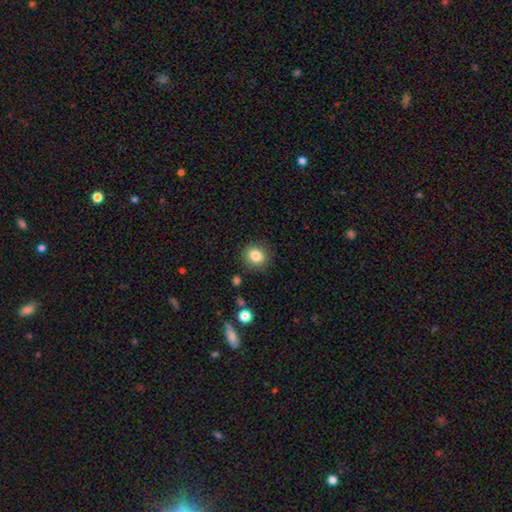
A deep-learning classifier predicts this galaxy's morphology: smooth_or_featured: smooth (p=0.84) [alt: star or artifact p=0.10]
how_rounded: round (p=0.78) [alt: in between p=0.21]
merging: none (p=0.87) [alt: minor disturbance p=0.09]